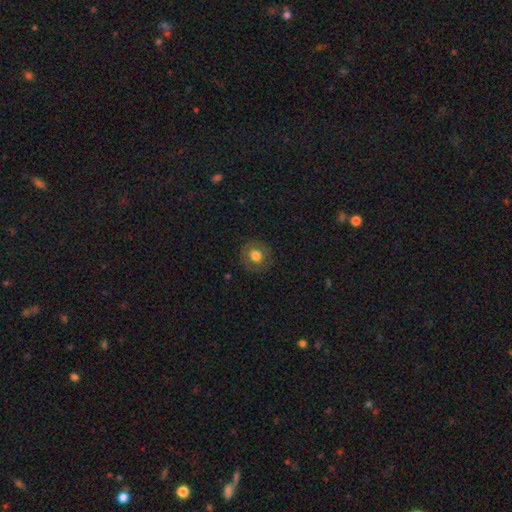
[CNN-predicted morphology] Overall: smooth (70%). How rounded: round (87%). Merging: none (86%).